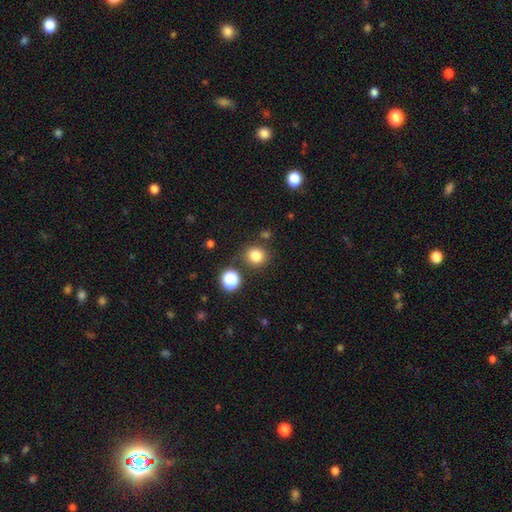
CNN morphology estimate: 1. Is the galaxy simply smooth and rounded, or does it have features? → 81% smooth, 14% star or artifact, 6% featured or disk.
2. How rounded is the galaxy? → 88% round, 11% in between, 1% cigar-shaped.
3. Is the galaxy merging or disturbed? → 81% none, 10% minor disturbance, 6% merger, 3% major disturbance.